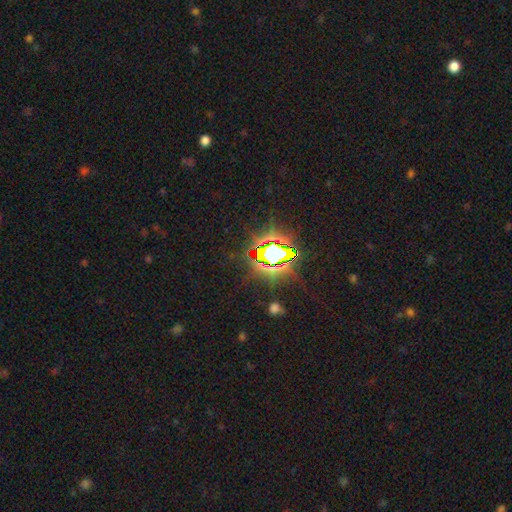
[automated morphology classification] The model was most divided on "smooth or featured": star or artifact: 85%, smooth: 9%, featured or disk: 6%.